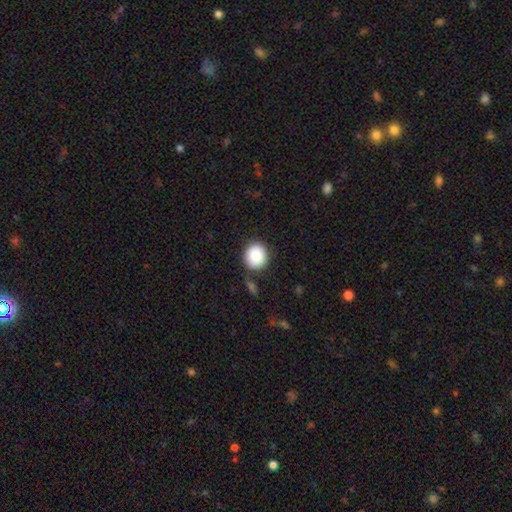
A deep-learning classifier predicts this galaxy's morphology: This appears to be a smooth galaxy with no disk features (88%) that is round (82%). Merging: none (82%).